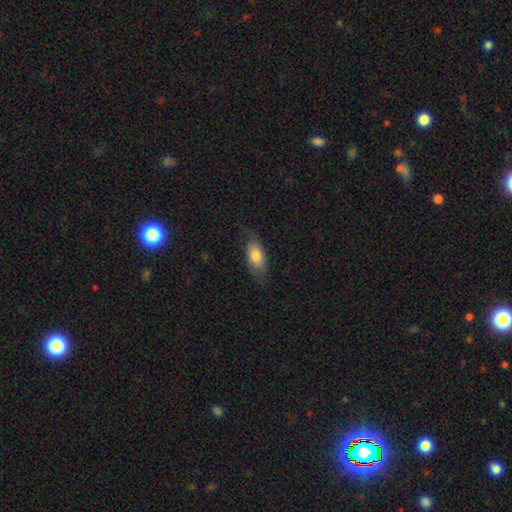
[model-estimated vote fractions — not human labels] Smooth or featured?
  - smooth: 65% *
  - featured or disk: 28%
  - star or artifact: 7%
How rounded?
  - in between: 88% *
  - cigar-shaped: 8%
  - round: 4%
Merging?
  - none: 60% *
  - minor disturbance: 25%
  - major disturbance: 13%
  - merger: 1%